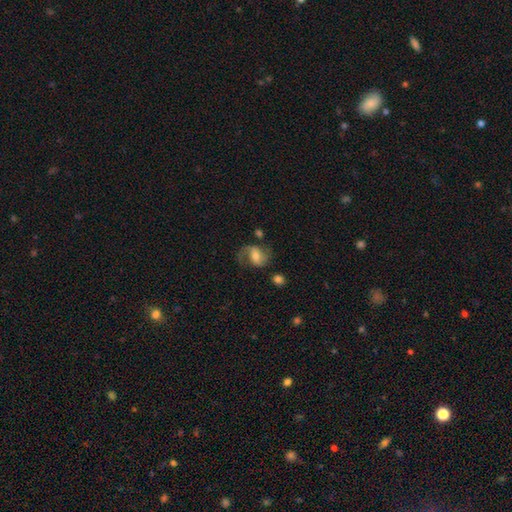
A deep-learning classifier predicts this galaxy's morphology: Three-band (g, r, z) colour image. It shows a featured or disk galaxy (66%) with a weak bar (45%), 2 (79%) loose (47%) spiral arms (90%) and a moderate central bulge (55%). Merging: none (59%).